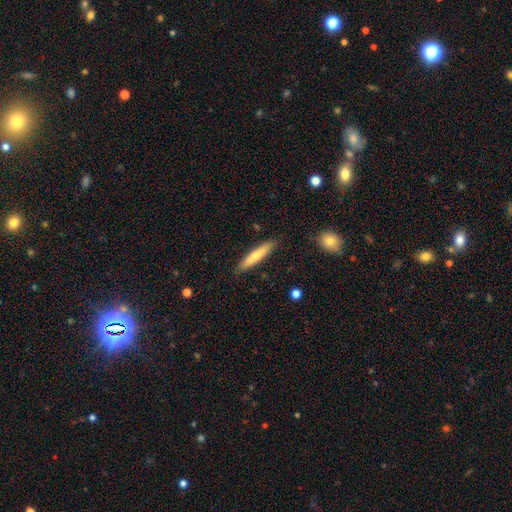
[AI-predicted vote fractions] A smooth galaxy with no disk features (62%) that is cigar-shaped (90%).

Vote fractions:
- Smooth or featured? smooth: 62% / featured or disk: 32% / star or artifact: 6%
- How rounded? cigar-shaped: 90% / in between: 9% / round: 1%
- Merging? none: 88% / minor disturbance: 9% / major disturbance: 2% / merger: 1%